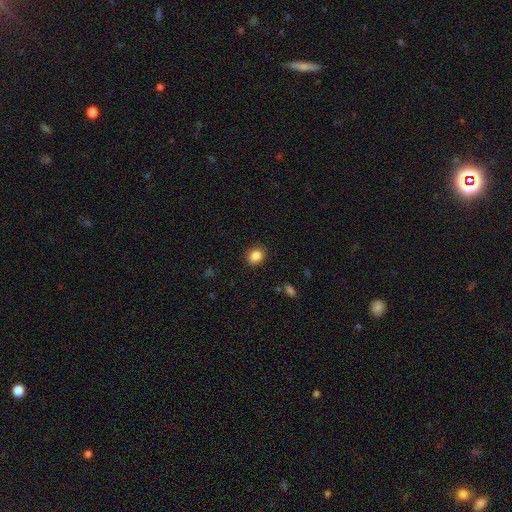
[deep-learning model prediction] Smooth or featured? smooth (87%)
How rounded? round (65%)
Merging? none (88%)